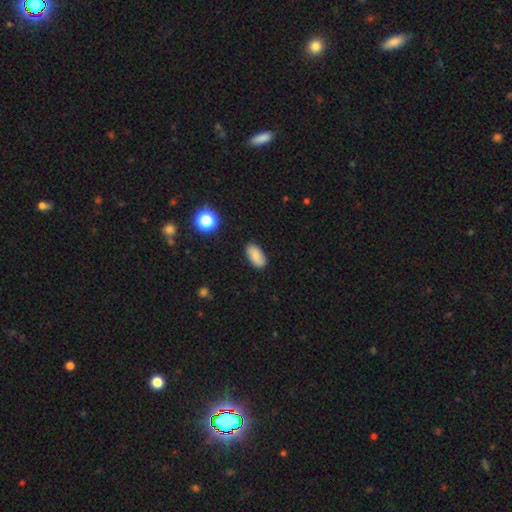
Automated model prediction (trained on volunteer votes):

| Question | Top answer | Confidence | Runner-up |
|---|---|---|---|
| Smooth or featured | smooth | 83% | star or artifact (9%) |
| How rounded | in between | 92% | round (4%) |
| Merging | none | 87% | minor disturbance (10%) |